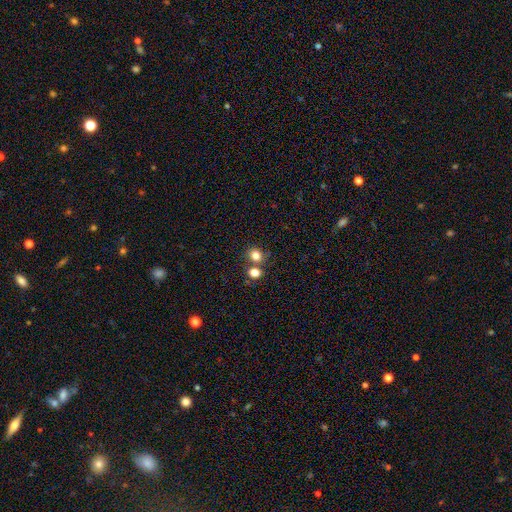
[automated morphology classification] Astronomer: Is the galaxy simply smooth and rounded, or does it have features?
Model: smooth — 81%.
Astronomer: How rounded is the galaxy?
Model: round — 74%.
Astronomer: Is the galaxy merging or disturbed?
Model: none — 61%.